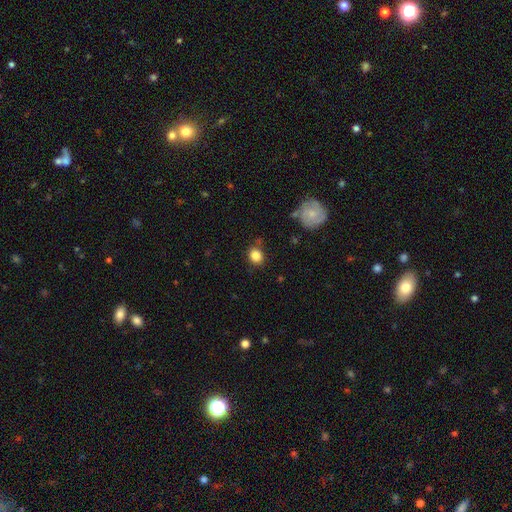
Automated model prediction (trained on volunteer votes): Smooth or featured? Predicted: smooth (p=0.85). How rounded? Predicted: round (p=0.72). Merging? Predicted: none (p=0.79).